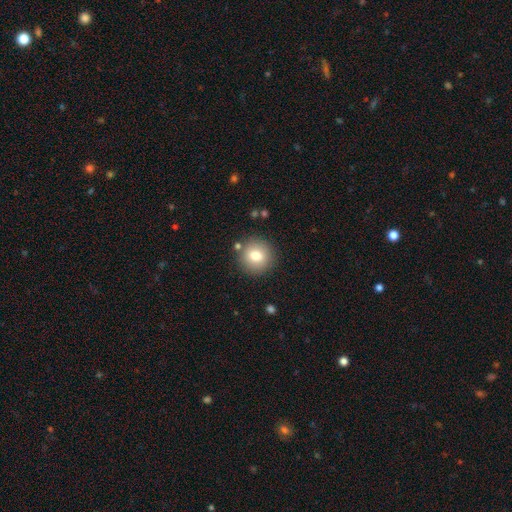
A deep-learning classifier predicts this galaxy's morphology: This is likely a smooth galaxy (77%). How rounded: clearly round (94%). Merging: clearly none (87%).